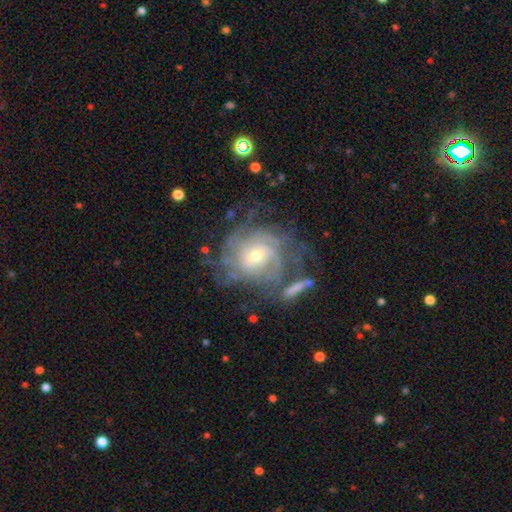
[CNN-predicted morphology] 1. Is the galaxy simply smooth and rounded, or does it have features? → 84% featured or disk, 9% smooth, 7% star or artifact.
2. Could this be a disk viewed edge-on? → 97% no, 3% yes.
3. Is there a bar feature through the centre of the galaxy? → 62% no, 31% weak, 8% strong.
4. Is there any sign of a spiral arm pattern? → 94% yes, 6% no.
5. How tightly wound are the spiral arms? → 66% tight, 26% medium, 8% loose.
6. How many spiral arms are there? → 41% can't tell, 18% 4, 14% 3, 11% 2, 10% more than 4, 5% 1.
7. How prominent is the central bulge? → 54% small, 42% moderate, 3% large, 1% none, 1% dominant.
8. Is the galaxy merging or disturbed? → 55% none, 19% minor disturbance, 17% major disturbance, 10% merger.